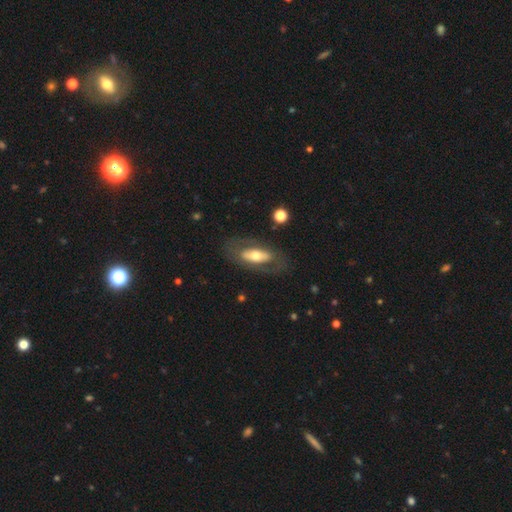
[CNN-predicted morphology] smooth_or_featured: featured or disk (p=0.52) [alt: smooth p=0.43]
disk_edge_on: no (p=0.79) [alt: yes p=0.21]
merging: none (p=0.74) [alt: minor disturbance p=0.14]